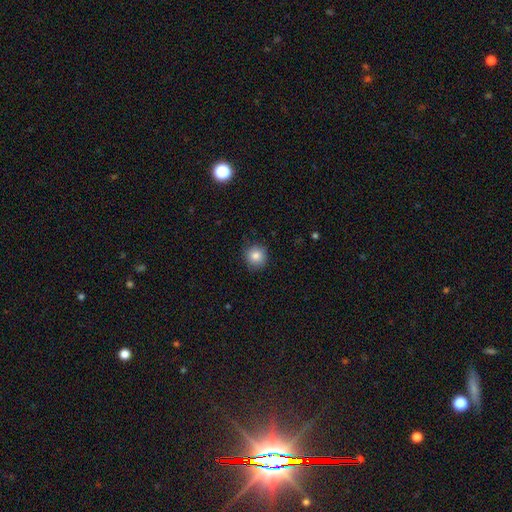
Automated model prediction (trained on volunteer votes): smooth 83%, star or artifact 10%, featured or disk 7%. Down the decision tree: how rounded — round (91%); merging — none (87%).